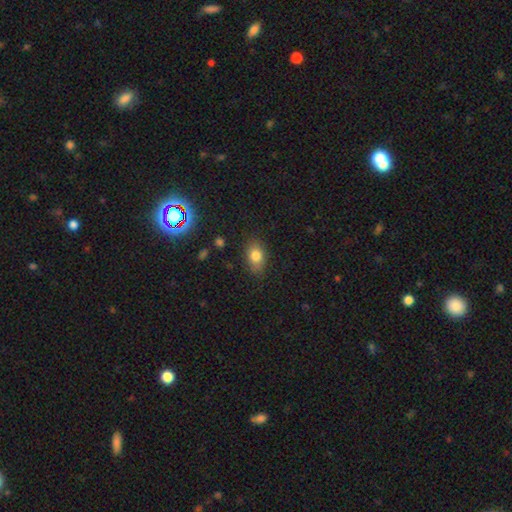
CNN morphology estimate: Smooth or featured: smooth — 79% (featured or disk — 11%)
How rounded: in between — 82% (round — 16%)
Merging: none — 81% (minor disturbance — 14%)